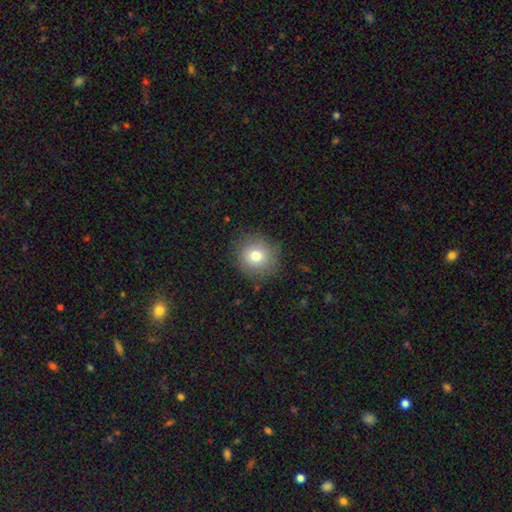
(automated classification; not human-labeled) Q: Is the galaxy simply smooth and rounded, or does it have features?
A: smooth — 77%.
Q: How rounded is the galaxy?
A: round — 90%.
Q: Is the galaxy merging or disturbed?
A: none — 86%.